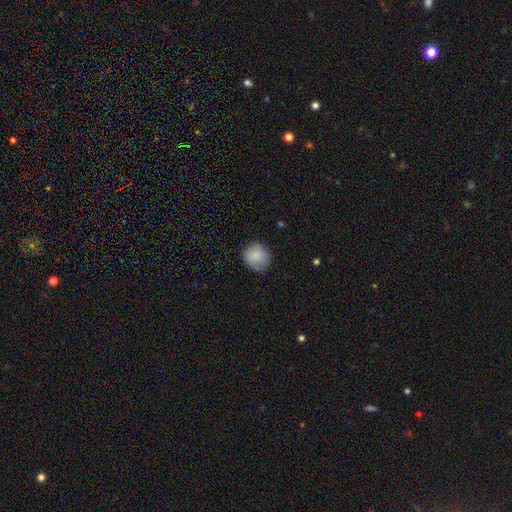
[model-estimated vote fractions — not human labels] Smooth or featured? Predicted: smooth (p=0.85). How rounded? Predicted: round (p=0.87). Merging? Predicted: none (p=0.79).